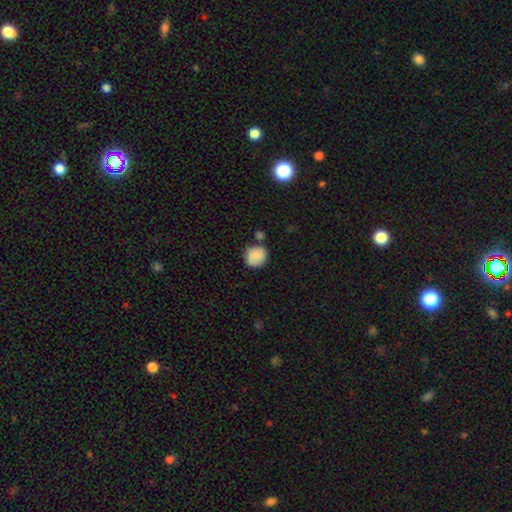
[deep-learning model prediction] This appears to be a smooth galaxy with no disk features (87%) that is round (80%). Merging: none (67%).